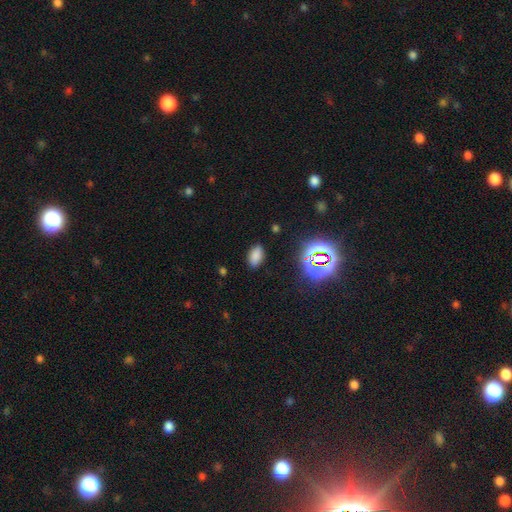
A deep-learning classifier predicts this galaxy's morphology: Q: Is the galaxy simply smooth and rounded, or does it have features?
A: smooth — 75%.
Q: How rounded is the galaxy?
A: in between — 91%.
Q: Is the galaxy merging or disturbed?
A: none — 85%.